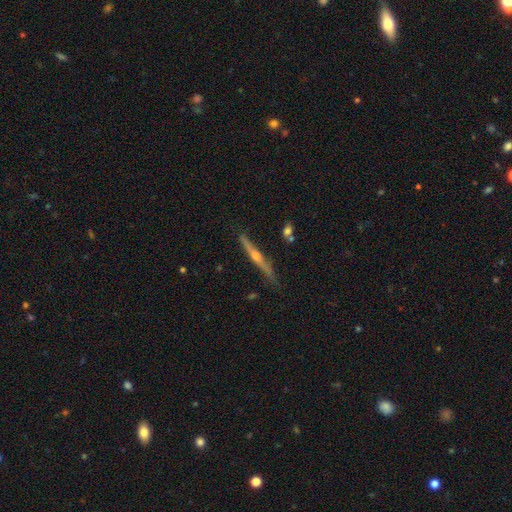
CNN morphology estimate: Overall: featured or disk (78%). Edge-on disk: yes (98%). Edge-on bulge: rounded (88%). Merging: none (87%).